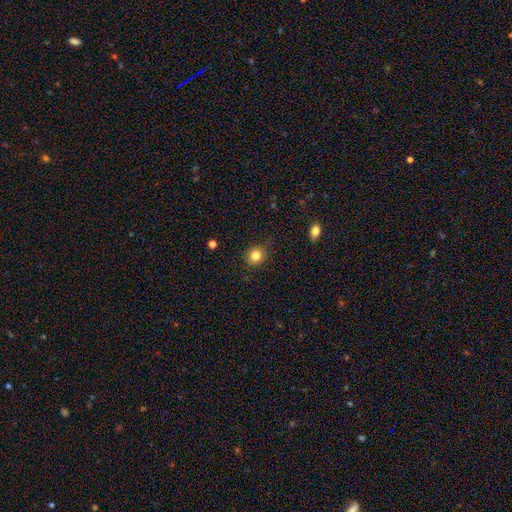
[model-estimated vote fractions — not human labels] Q: Smooth or featured?
A: smooth (83%); runner-up: star or artifact (11%)
Q: How rounded?
A: round (85%); runner-up: in between (14%)
Q: Merging?
A: none (88%); runner-up: minor disturbance (9%)